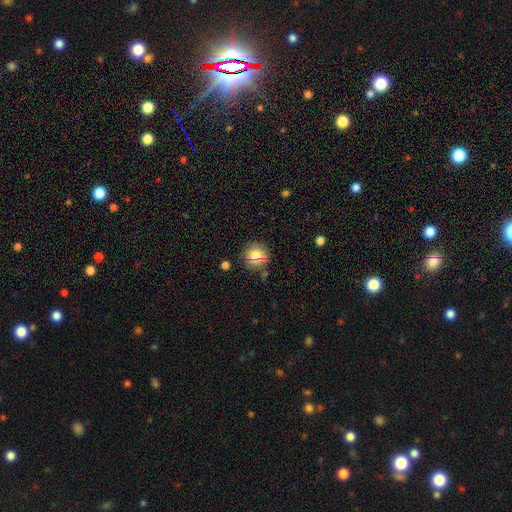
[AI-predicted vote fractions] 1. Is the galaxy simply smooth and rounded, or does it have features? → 69% smooth, 16% featured or disk, 15% star or artifact.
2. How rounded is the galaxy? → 90% round, 9% in between, 1% cigar-shaped.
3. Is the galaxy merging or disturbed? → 84% none, 10% minor disturbance, 3% major disturbance, 3% merger.